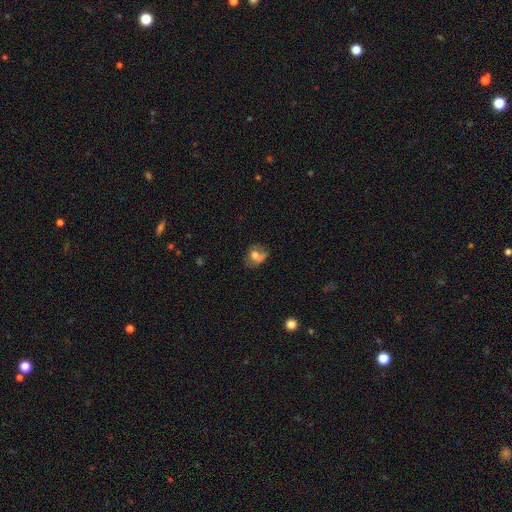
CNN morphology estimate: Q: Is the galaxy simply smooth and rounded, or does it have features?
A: smooth — 61%.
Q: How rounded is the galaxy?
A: round — 52%.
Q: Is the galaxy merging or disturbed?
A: none — 45%.